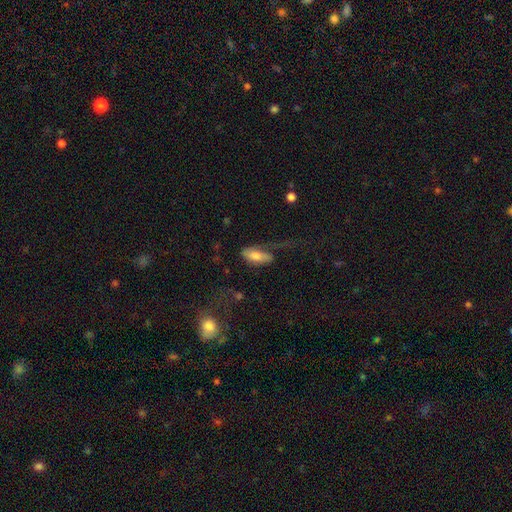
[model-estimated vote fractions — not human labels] smooth_or_featured: smooth (p=0.61) [alt: featured or disk p=0.32]
how_rounded: in between (p=0.82) [alt: cigar-shaped p=0.15]
merging: major disturbance (p=0.45) [alt: none p=0.29]